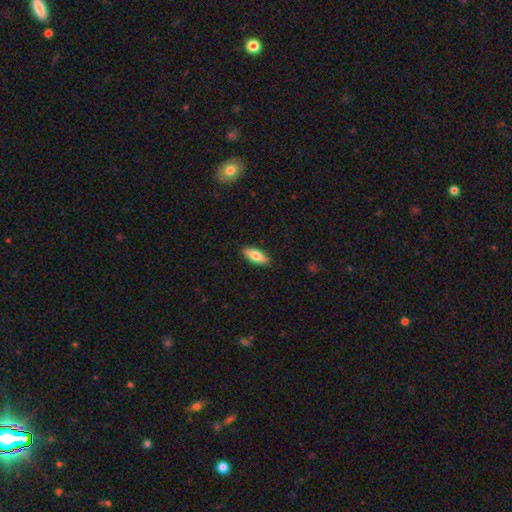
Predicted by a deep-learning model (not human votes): smooth_or_featured: smooth (p=0.76) [alt: featured or disk p=0.18]
how_rounded: in between (p=0.81) [alt: cigar-shaped p=0.17]
merging: none (p=0.89) [alt: minor disturbance p=0.09]